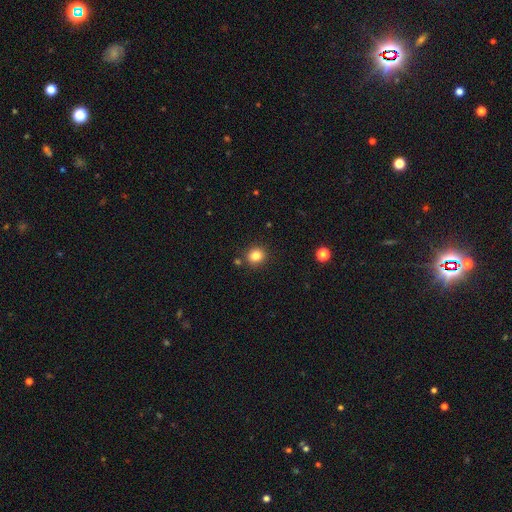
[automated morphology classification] This appears to be a smooth galaxy with no disk features (82%) that is round (87%). Merging: none (86%).